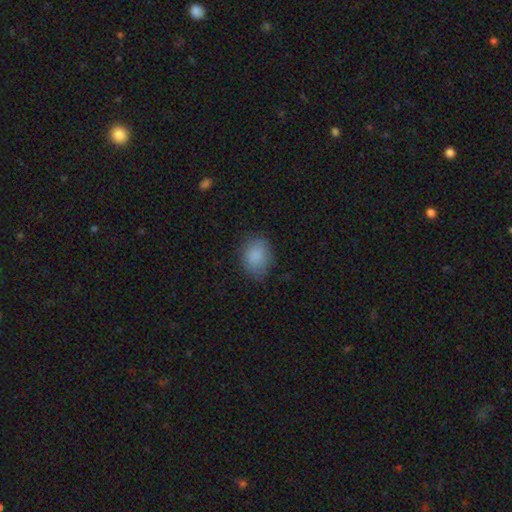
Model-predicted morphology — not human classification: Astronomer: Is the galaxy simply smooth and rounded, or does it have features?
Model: smooth — 87%.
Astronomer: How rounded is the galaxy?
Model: in between — 62% (runner-up: round, 37%).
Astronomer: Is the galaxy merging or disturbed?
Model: none — 76%.